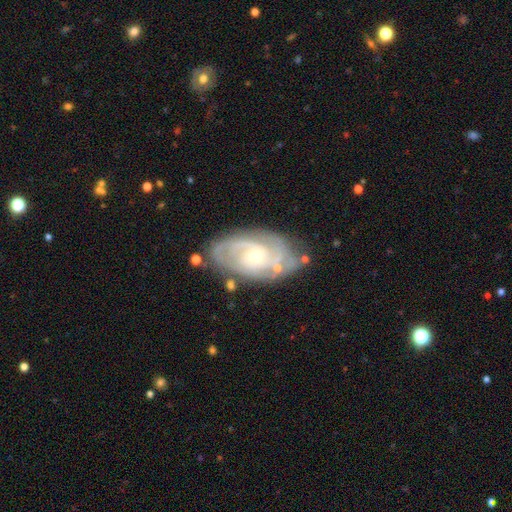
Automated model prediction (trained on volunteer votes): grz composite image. It shows a featured or disk galaxy (85%) with no bar (67%), 2 (45%) tight (60%) spiral arms (95%) and a small central bulge (66%). Merging: none (73%).